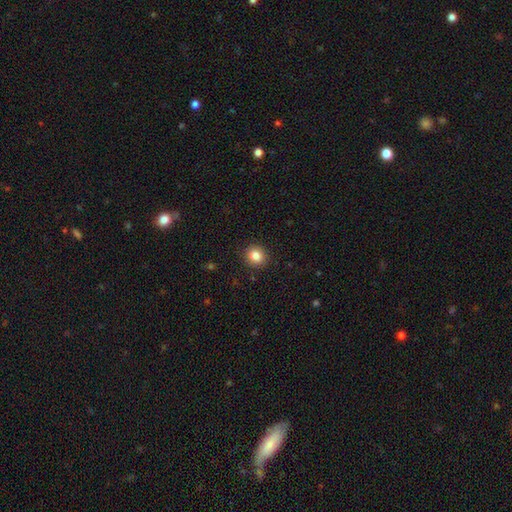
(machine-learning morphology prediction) A smooth galaxy with no disk features (84%) that is round (87%). Merging: none (91%).